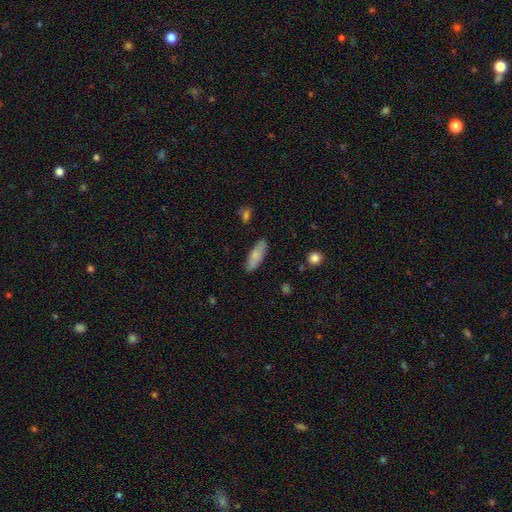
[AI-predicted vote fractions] smooth_or_featured: smooth (p=0.79) [alt: featured or disk p=0.15]
how_rounded: in between (p=0.60) [alt: cigar-shaped p=0.38]
merging: none (p=0.85) [alt: minor disturbance p=0.11]